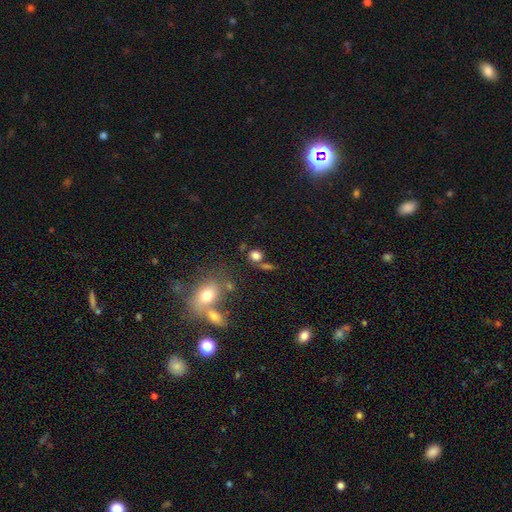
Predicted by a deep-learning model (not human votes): This appears to be a smooth galaxy with no disk features (76%) that is round (66%). Merging: none (57%).